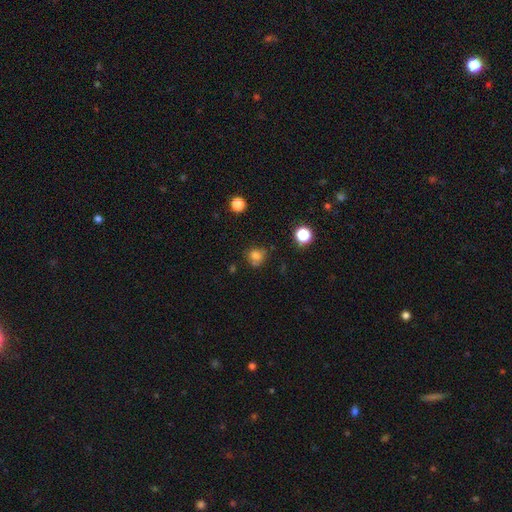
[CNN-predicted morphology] A smooth galaxy with no disk features (76%) that is round (76%). Merging: none (64%).